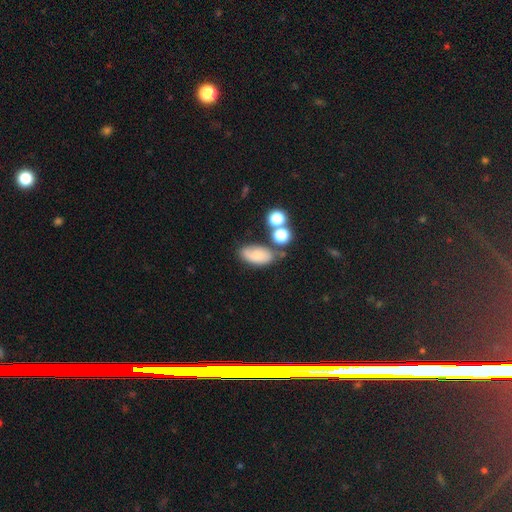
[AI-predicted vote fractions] smooth 69%, featured or disk 18%, star or artifact 12%. Down the decision tree: how rounded — in between (88%); merging — none (57%).